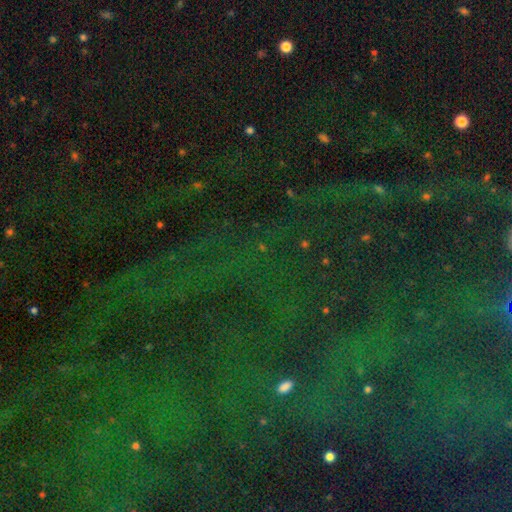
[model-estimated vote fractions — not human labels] Q: Smooth or featured?
A: star or artifact (82%); runner-up: smooth (10%)